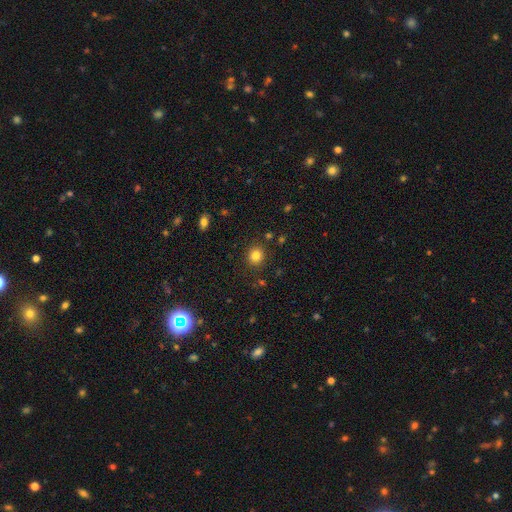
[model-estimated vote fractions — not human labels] Overall: smooth (82%). How rounded: round (86%). Merging: none (88%).